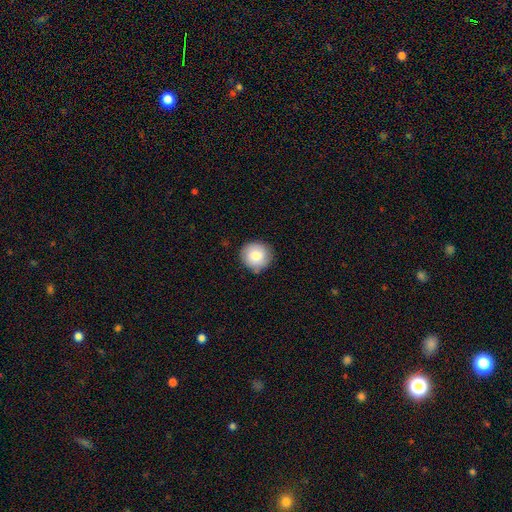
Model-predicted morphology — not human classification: Q: Smooth or featured?
A: smooth (80%); runner-up: featured or disk (12%)
Q: How rounded?
A: round (94%); runner-up: in between (6%)
Q: Merging?
A: none (85%); runner-up: minor disturbance (12%)